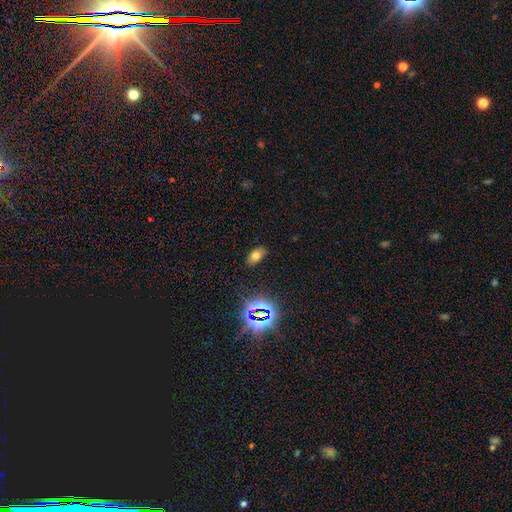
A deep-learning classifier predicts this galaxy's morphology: Q: Smooth or featured?
A: smooth (66%); runner-up: star or artifact (22%)
Q: How rounded?
A: in between (89%); runner-up: round (9%)
Q: Merging?
A: none (84%); runner-up: minor disturbance (12%)